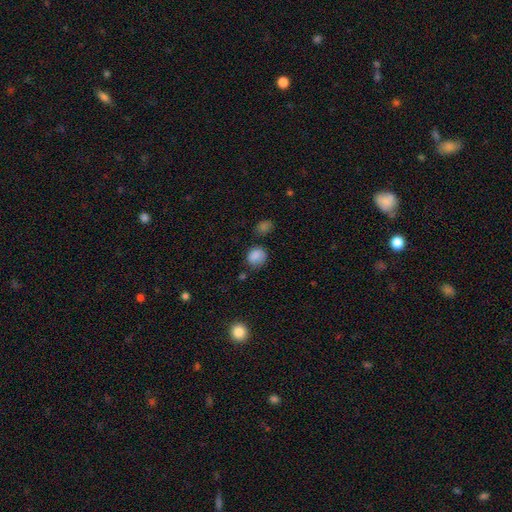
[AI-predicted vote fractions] This is clearly a smooth galaxy (83%). How rounded: likely round (66%). Merging: likely none (65%).